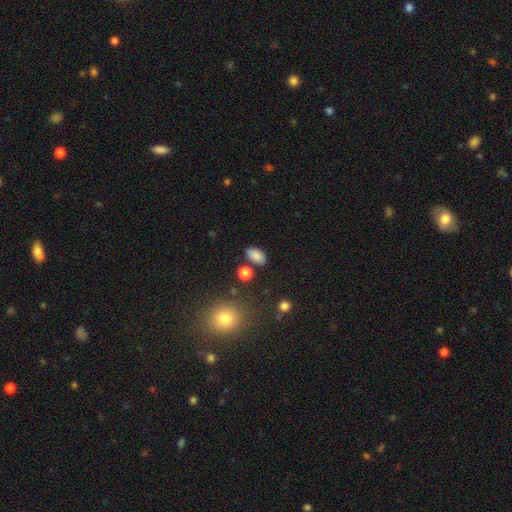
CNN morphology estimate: Smooth or featured? smooth (85%)
How rounded? in between (89%)
Merging? none (80%)